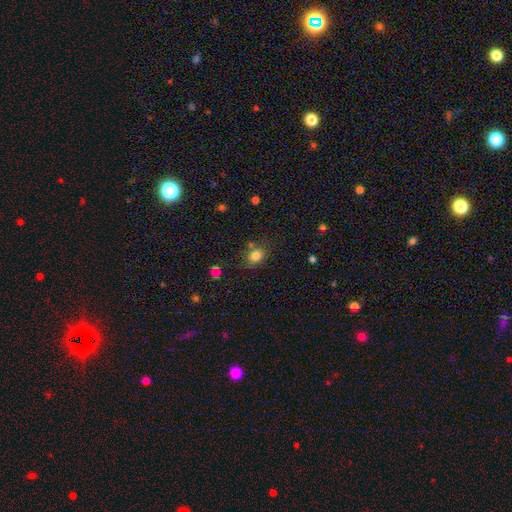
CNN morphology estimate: This appears to be a smooth galaxy with no disk features (81%) that is round (53%). Merging: none (71%).